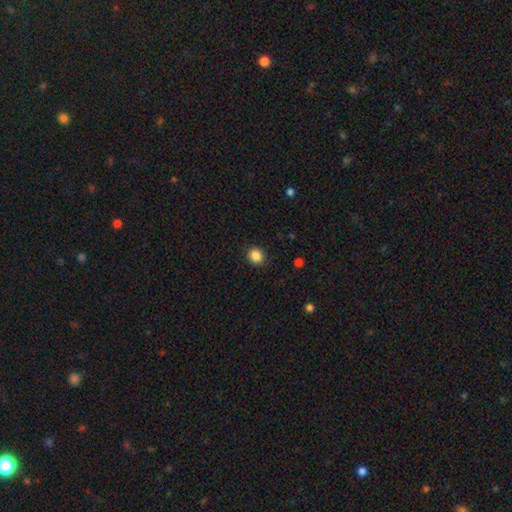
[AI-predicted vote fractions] This appears to be a smooth galaxy with no disk features (86%) that is round (78%). Merging: none (90%).